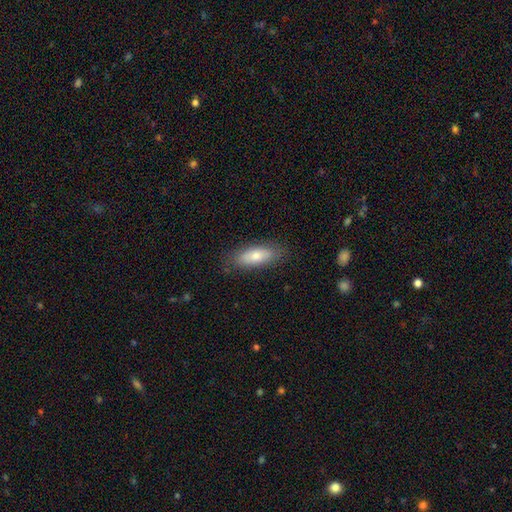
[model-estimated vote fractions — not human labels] This appears to be a smooth galaxy with no disk features (71%) that is in between round and cigar-shaped (70%). Merging: none (83%).